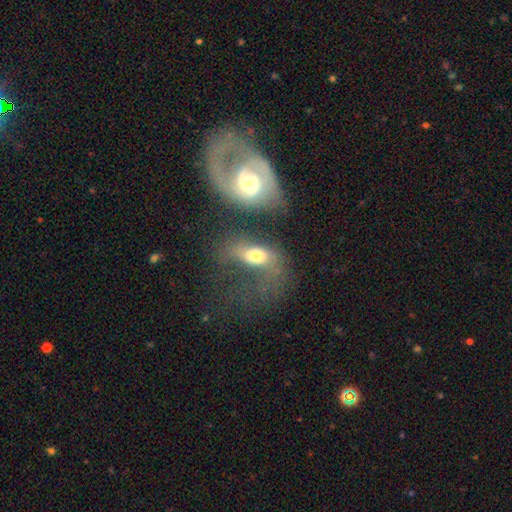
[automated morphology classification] Smooth or featured? Predicted: smooth (p=0.58). How rounded? Predicted: in between (p=0.80). Merging? Predicted: major disturbance (p=0.32).